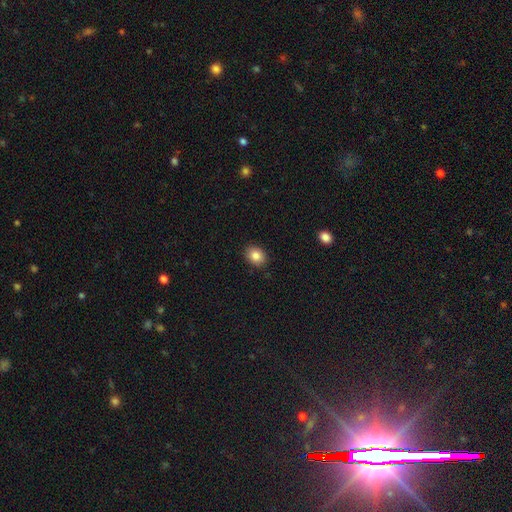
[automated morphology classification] This is clearly a smooth galaxy (85%). How rounded: possibly in between (54%). Merging: clearly none (90%).